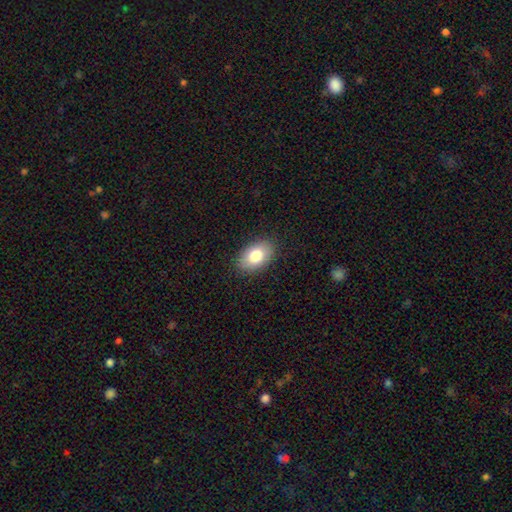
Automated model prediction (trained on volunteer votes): The model was most divided on "smooth or featured": smooth: 82%, featured or disk: 11%, star or artifact: 7%. More confident: how rounded — in between (91%); merging — none (87%).